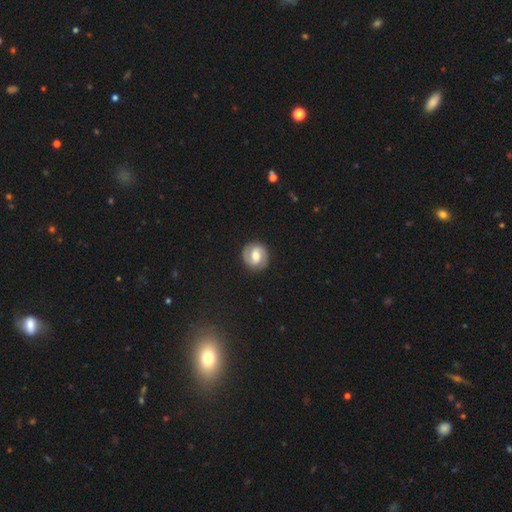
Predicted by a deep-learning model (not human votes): smooth-or-featured: featured or disk: 73% | smooth: 21% | star or artifact: 6%
  disk-edge-on: no: 98% | yes: 2%
    bar: weak: 50% | no: 27% | strong: 23%
    has-spiral-arms: yes: 92% | no: 8%
      spiral-winding: tight: 47% | medium: 42% | loose: 11%
      spiral-arm-count: 2: 91% | can't tell: 4% | 1: 2% | 3: 1% | 4: 1% | more than 4: 1%
    bulge-size: moderate: 63% | large: 18% | small: 15% | none: 2% | dominant: 2%
  merging: none: 88% | minor disturbance: 9% | major disturbance: 3% | merger: 1%